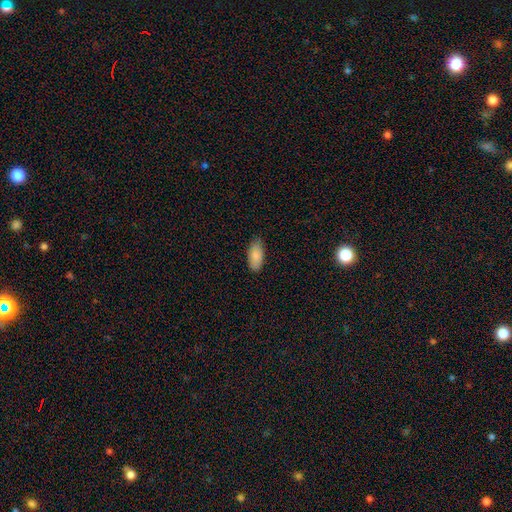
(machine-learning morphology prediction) Smooth or featured? smooth (89%)
How rounded? in between (90%)
Merging? none (86%)